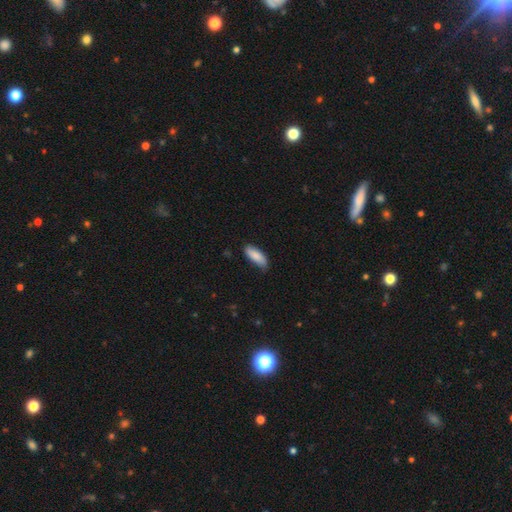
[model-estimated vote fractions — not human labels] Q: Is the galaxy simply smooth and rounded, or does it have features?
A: smooth — 87%.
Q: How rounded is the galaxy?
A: in between — 70%.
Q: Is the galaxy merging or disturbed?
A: none — 75%.